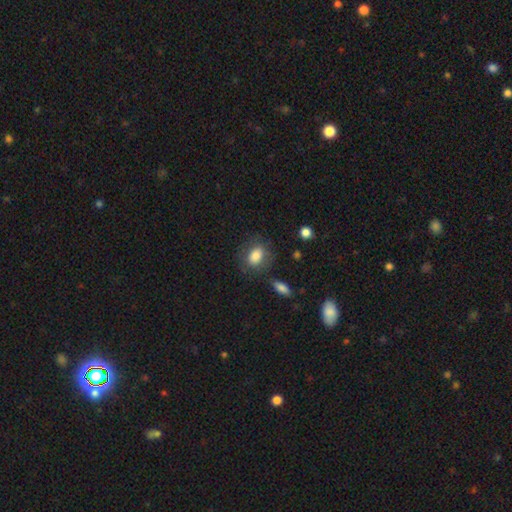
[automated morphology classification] Smooth or featured?
  - smooth: 80% *
  - featured or disk: 12%
  - star or artifact: 8%
How rounded?
  - in between: 71% *
  - round: 27%
  - cigar-shaped: 2%
Merging?
  - none: 74% *
  - minor disturbance: 16%
  - major disturbance: 7%
  - merger: 3%